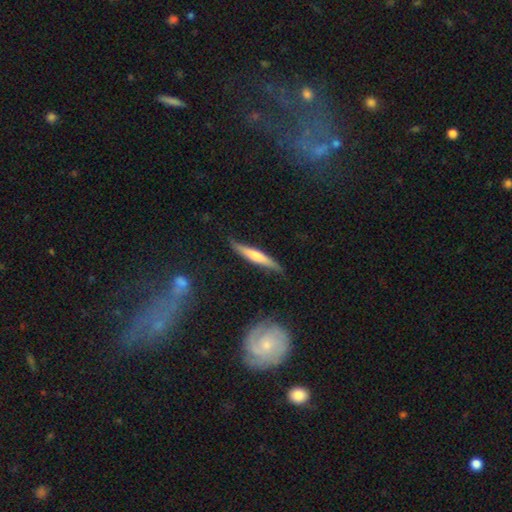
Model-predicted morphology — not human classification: This is possibly a smooth galaxy (49%). Merging: likely none (78%).